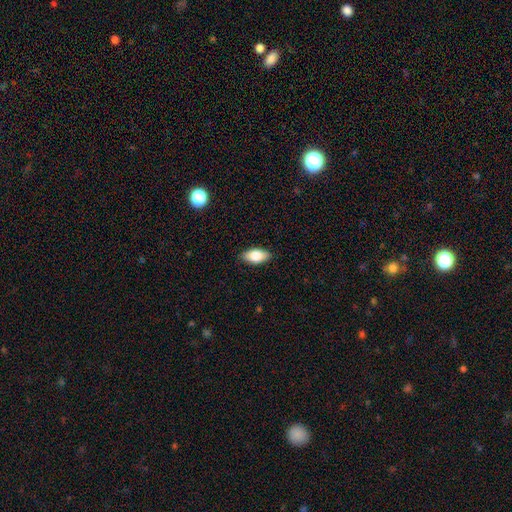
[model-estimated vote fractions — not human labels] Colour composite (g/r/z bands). It shows a smooth galaxy with no disk features (80%) that is in between round and cigar-shaped (90%). Merging: none (87%).